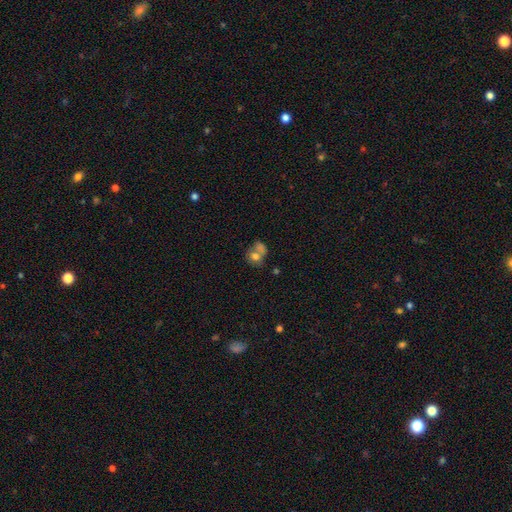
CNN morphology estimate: smooth 68%, featured or disk 21%, star or artifact 12%. Down the decision tree: how rounded — round (60%); merging — merger (54%).